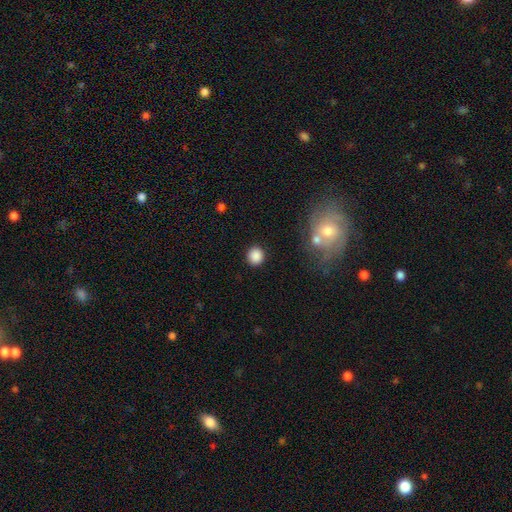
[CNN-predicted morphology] Q: Smooth or featured?
A: smooth (87%); runner-up: star or artifact (9%)
Q: How rounded?
A: round (87%); runner-up: in between (12%)
Q: Merging?
A: none (88%); runner-up: minor disturbance (7%)